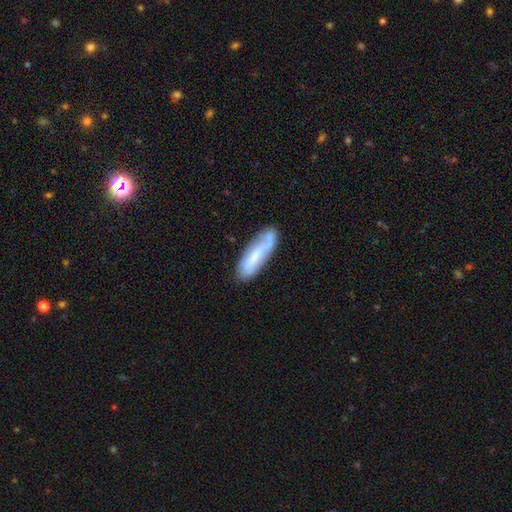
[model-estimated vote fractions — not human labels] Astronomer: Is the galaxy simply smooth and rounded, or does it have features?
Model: smooth — 56% (runner-up: featured or disk, 37%).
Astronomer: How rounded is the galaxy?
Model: cigar-shaped — 53% (runner-up: in between, 45%).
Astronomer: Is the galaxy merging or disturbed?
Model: none — 65%.